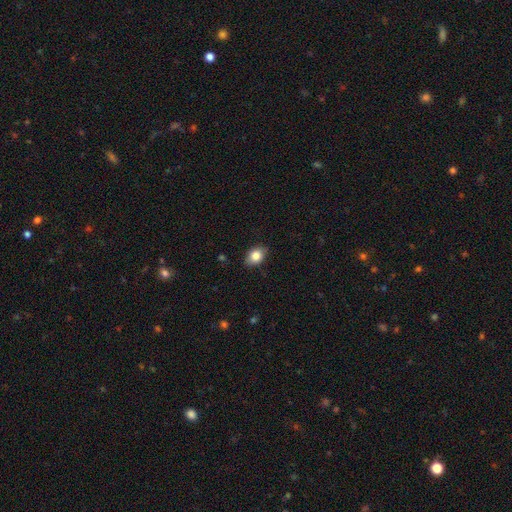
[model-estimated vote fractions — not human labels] Smooth or featured? smooth (83%)
How rounded? in between (74%)
Merging? none (83%)